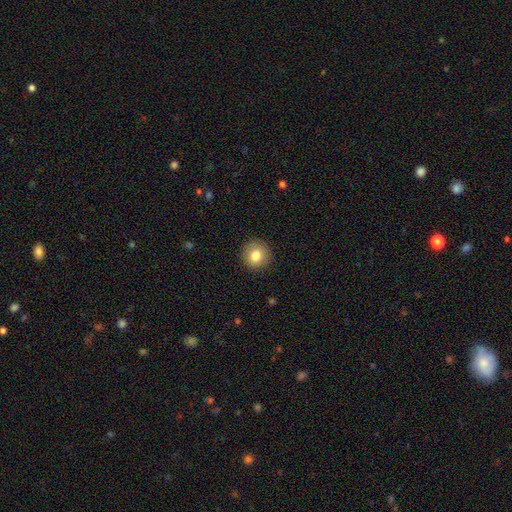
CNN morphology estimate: This is clearly a smooth galaxy (81%). How rounded: clearly round (92%). Merging: clearly none (90%).